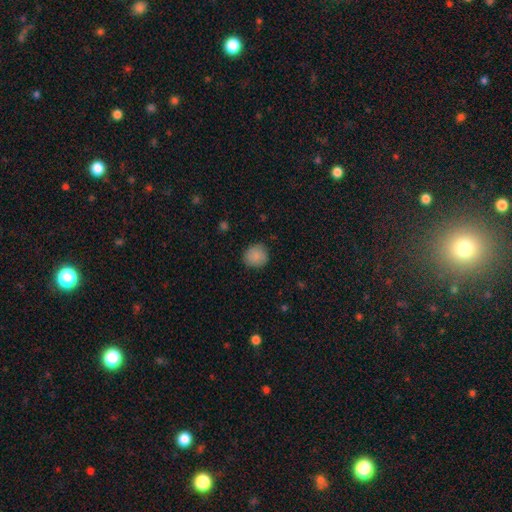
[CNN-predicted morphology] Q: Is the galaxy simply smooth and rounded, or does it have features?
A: smooth — 87%.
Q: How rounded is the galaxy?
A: round — 88%.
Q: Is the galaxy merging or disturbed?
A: none — 86%.